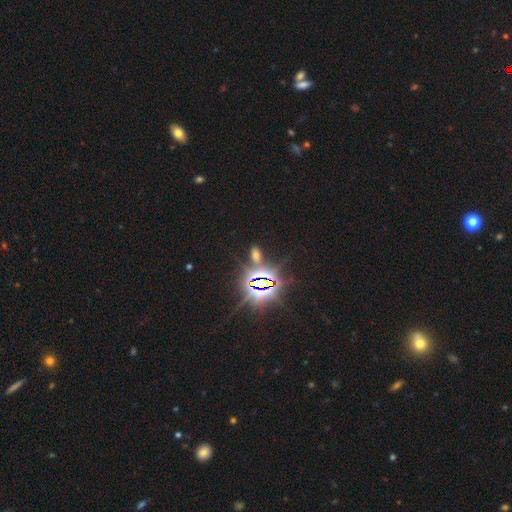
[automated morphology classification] smooth-or-featured: star or artifact: 56% | smooth: 35% | featured or disk: 9%